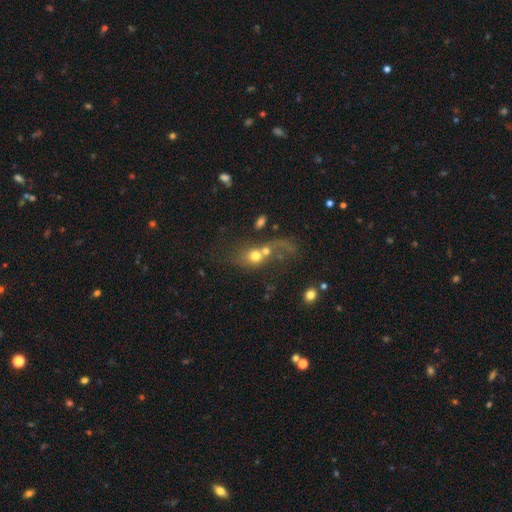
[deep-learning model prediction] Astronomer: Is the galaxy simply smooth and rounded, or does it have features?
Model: smooth — 55%.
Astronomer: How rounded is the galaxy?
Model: round — 57% (runner-up: in between, 38%).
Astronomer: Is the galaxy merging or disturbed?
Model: merger — 53%.